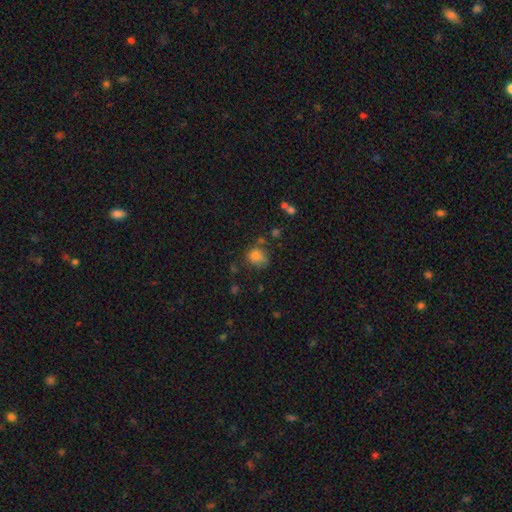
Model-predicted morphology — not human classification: A smooth galaxy with no disk features (78%) that is round (61%).

Vote fractions:
- Smooth or featured? smooth: 78% / star or artifact: 13% / featured or disk: 10%
- How rounded? round: 61% / in between: 38% / cigar-shaped: 1%
- Merging? none: 51% / minor disturbance: 27% / major disturbance: 12% / merger: 10%